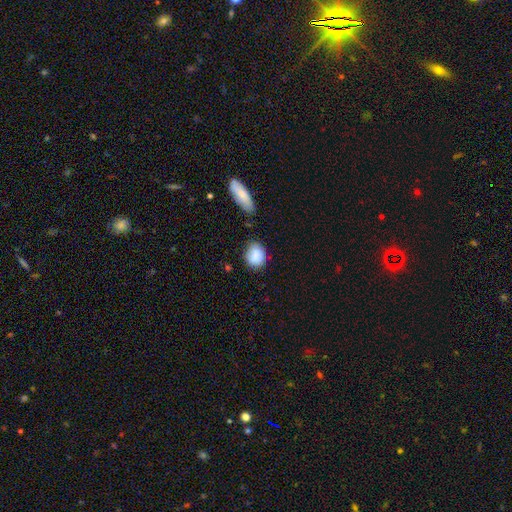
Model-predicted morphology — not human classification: smooth-or-featured: smooth: 85% | featured or disk: 8% | star or artifact: 7%
  how-rounded: round: 56% | in between: 43% | cigar-shaped: 2%
  merging: none: 64% | minor disturbance: 24% | merger: 6% | major disturbance: 5%